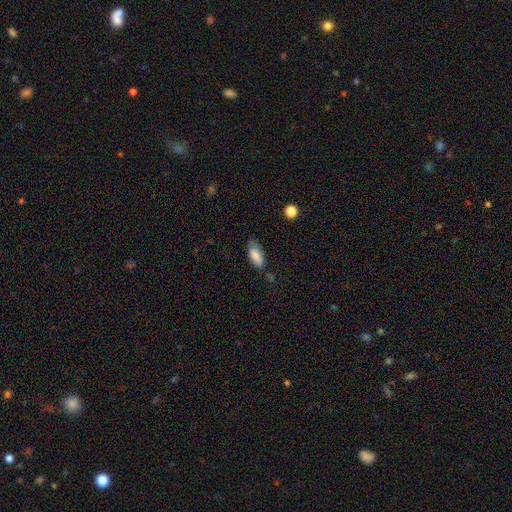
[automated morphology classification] smooth_or_featured: smooth (p=0.80) [alt: featured or disk p=0.13]
how_rounded: in between (p=0.84) [alt: cigar-shaped p=0.14]
merging: none (p=0.62) [alt: minor disturbance p=0.28]